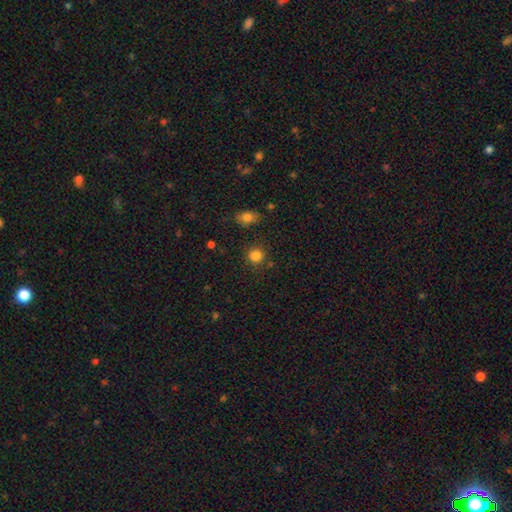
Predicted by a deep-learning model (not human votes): Overall: smooth (84%). How rounded: round (89%). Merging: none (86%).